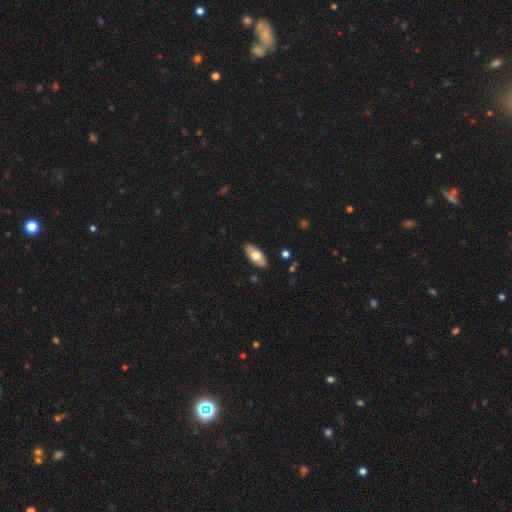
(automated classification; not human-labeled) smooth 66%, featured or disk 28%, star or artifact 6%. Down the decision tree: how rounded — in between (90%); merging — none (88%).